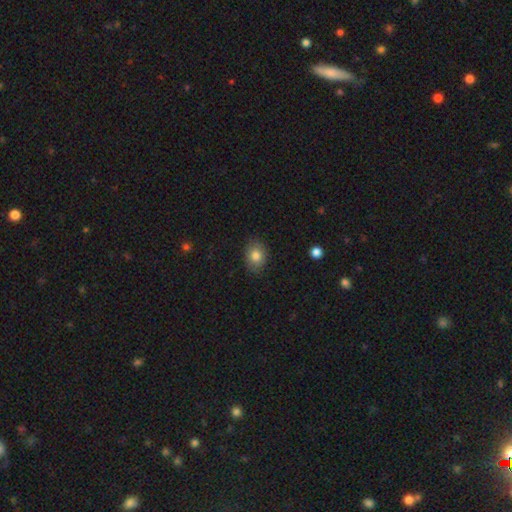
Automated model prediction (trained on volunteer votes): Q: Smooth or featured?
A: smooth (81%); runner-up: featured or disk (10%)
Q: How rounded?
A: in between (64%); runner-up: round (35%)
Q: Merging?
A: none (83%); runner-up: minor disturbance (13%)